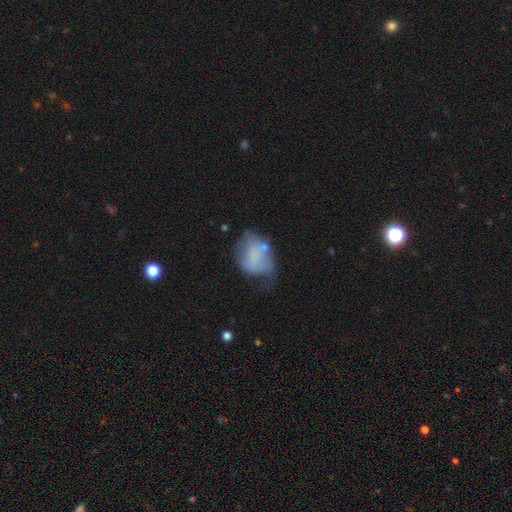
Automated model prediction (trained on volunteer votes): Smooth or featured: smooth — 61% (featured or disk — 30%)
How rounded: in between — 71% (round — 27%)
Merging: minor disturbance — 34% (major disturbance — 29%)